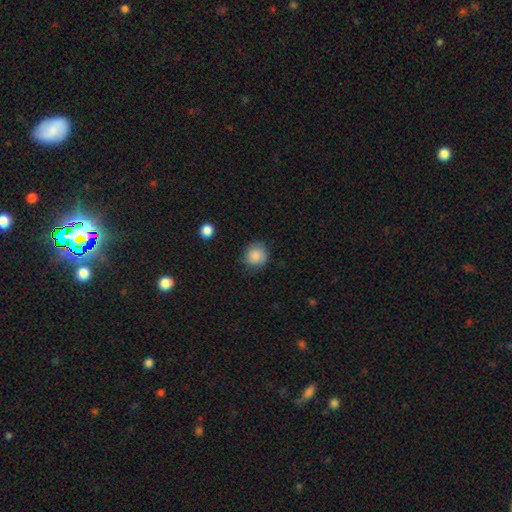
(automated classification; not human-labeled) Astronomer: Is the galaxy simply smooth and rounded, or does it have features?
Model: smooth — 85%.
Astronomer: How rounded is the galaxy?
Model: round — 87%.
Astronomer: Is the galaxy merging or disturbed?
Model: none — 79%.